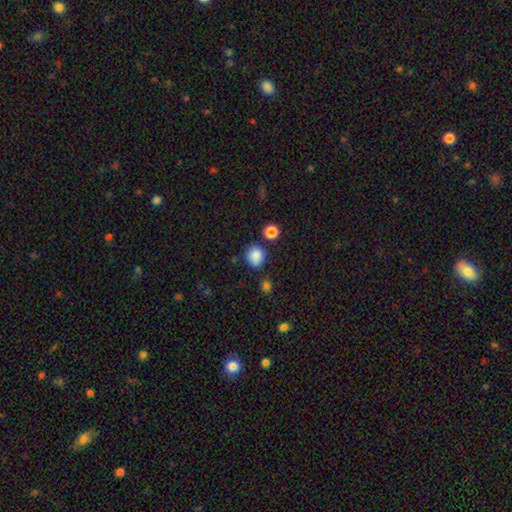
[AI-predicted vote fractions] smooth_or_featured: smooth (p=0.85) [alt: star or artifact p=0.10]
how_rounded: round (p=0.78) [alt: in between p=0.21]
merging: none (p=0.76) [alt: minor disturbance p=0.14]